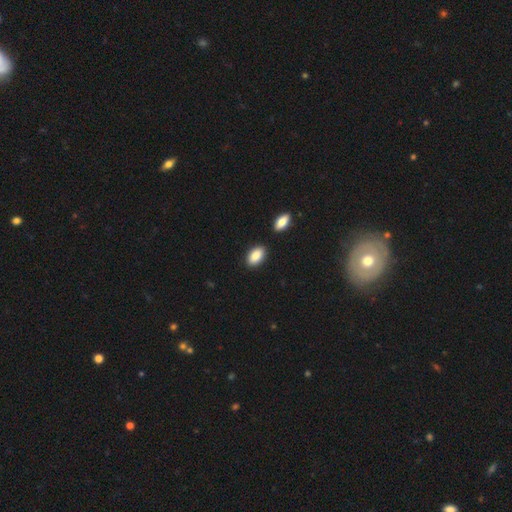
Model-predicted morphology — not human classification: Smooth or featured? smooth (89%)
How rounded? in between (93%)
Merging? none (85%)